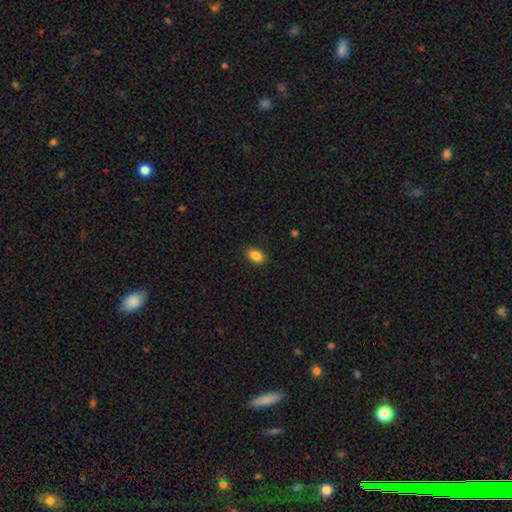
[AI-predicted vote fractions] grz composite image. It shows a smooth galaxy with no disk features (86%) that is in between round and cigar-shaped (82%). Merging: none (88%).